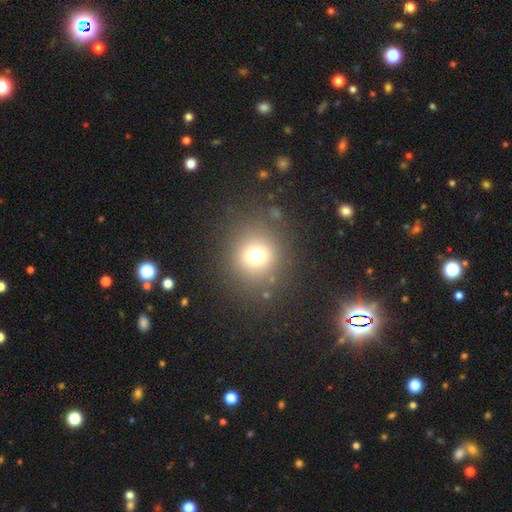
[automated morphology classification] A smooth galaxy with no disk features (71%) that is round (89%).

Vote fractions:
- Smooth or featured? smooth: 71% / star or artifact: 18% / featured or disk: 11%
- How rounded? round: 89% / in between: 10% / cigar-shaped: 1%
- Merging? none: 83% / minor disturbance: 9% / major disturbance: 6% / merger: 3%